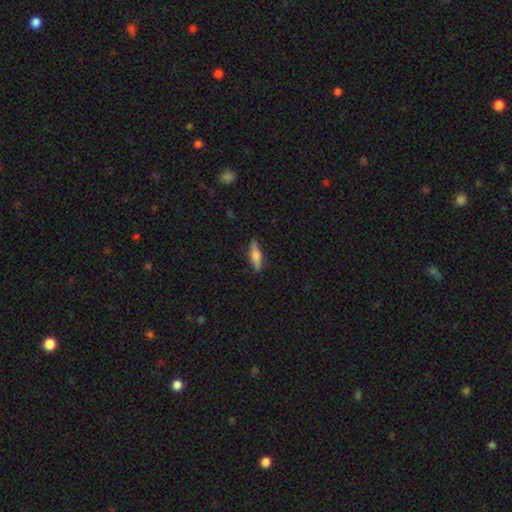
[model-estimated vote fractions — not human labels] Overall: smooth (59%; featured or disk 35%). How rounded: cigar-shaped (64%; in between 33%). Merging: none (85%).